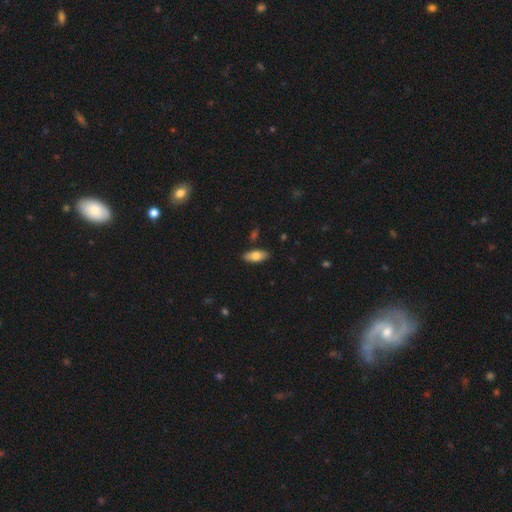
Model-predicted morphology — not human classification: smooth-or-featured: smooth: 76% | featured or disk: 18% | star or artifact: 6%
  how-rounded: in between: 85% | cigar-shaped: 13% | round: 2%
  merging: none: 87% | minor disturbance: 9% | merger: 2% | major disturbance: 2%